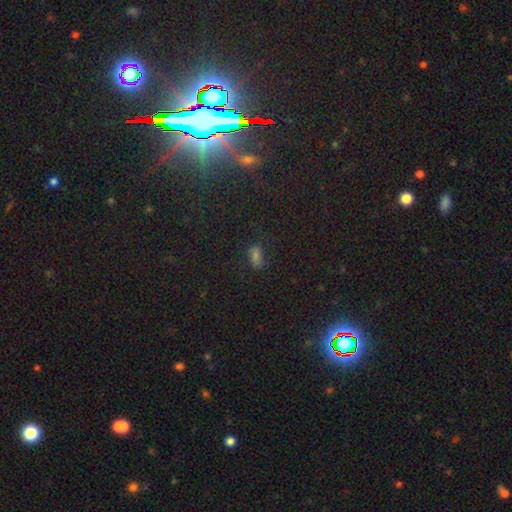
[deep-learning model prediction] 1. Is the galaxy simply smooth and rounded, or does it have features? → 50% smooth, 38% star or artifact, 12% featured or disk.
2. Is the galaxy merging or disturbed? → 66% none, 19% minor disturbance, 9% major disturbance, 5% merger.